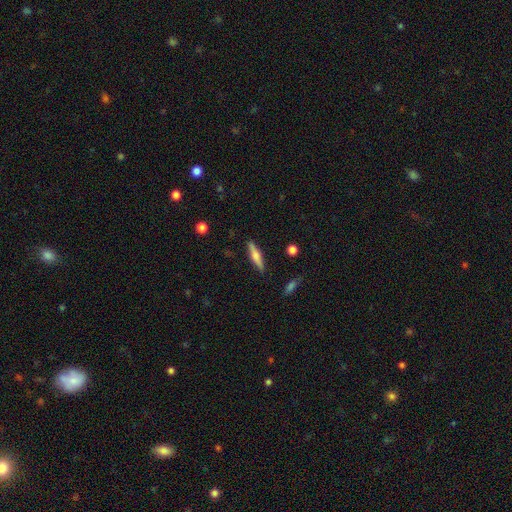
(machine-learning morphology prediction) This is possibly a smooth galaxy (49%). Merging: clearly none (89%).